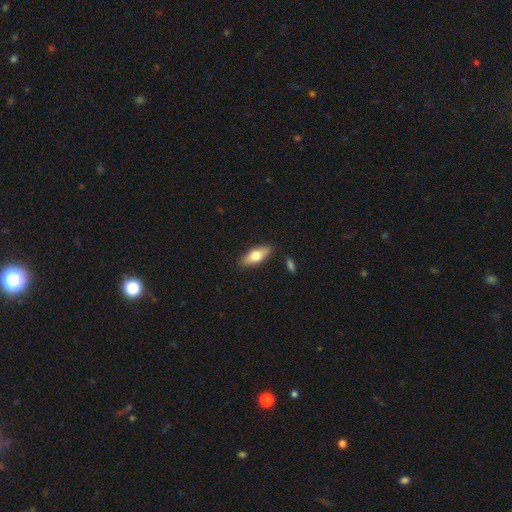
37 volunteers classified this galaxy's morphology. Volunteers were most divided on "smooth or featured": smooth: 59%, featured or disk: 38%, star or artifact: 3%. More confident: how rounded — in between (86%); merging — none (83%).